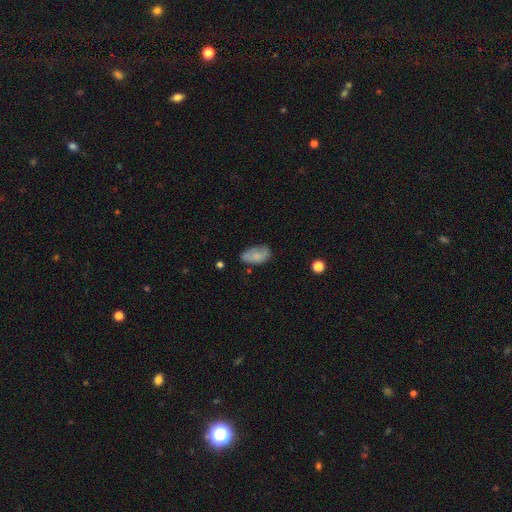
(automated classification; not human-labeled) Smooth or featured? smooth (75%)
How rounded? in between (93%)
Merging? none (61%)